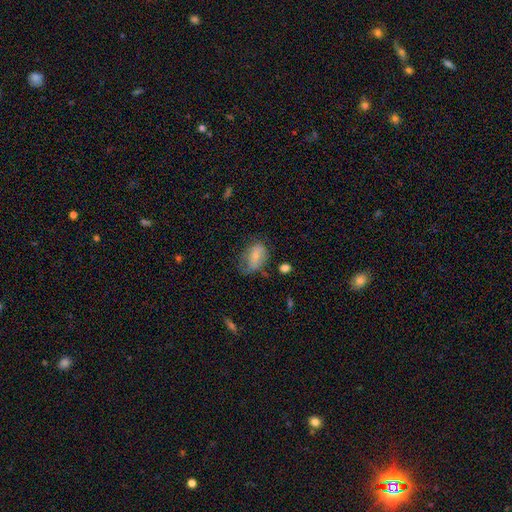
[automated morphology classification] Smooth or featured? Predicted: smooth (p=0.66). How rounded? Predicted: in between (p=0.84). Merging? Predicted: none (p=0.39).